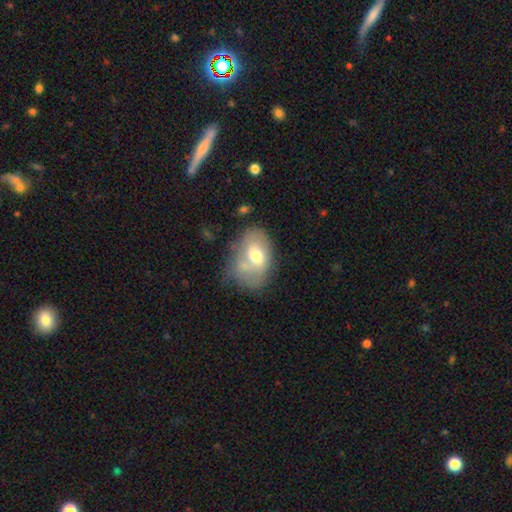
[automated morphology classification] Smooth or featured? smooth (59%)
How rounded? in between (84%)
Merging? none (35%)